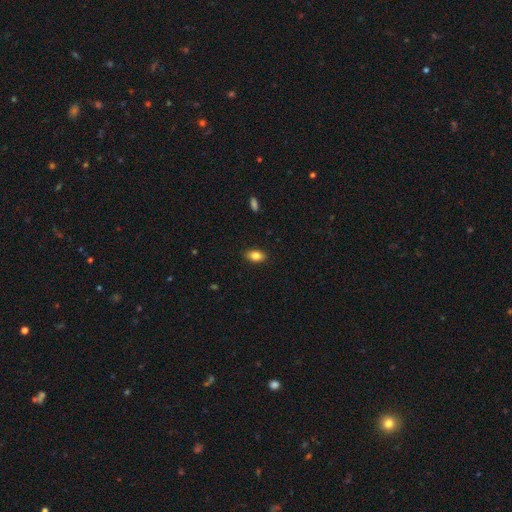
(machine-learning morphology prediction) Smooth or featured? smooth (85%)
How rounded? in between (88%)
Merging? none (88%)